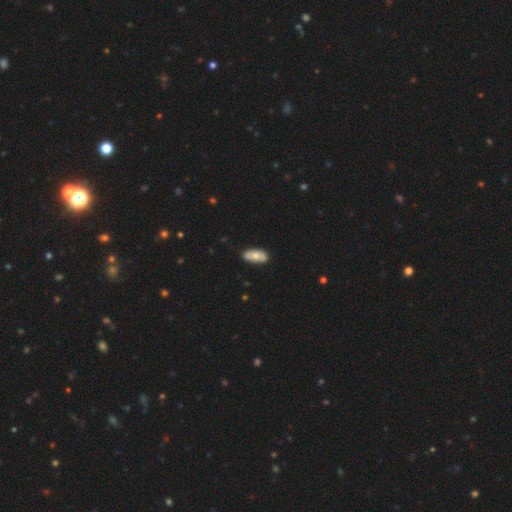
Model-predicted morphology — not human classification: smooth 65%, featured or disk 29%, star or artifact 6%. Down the decision tree: how rounded — in between (86%); merging — none (81%).